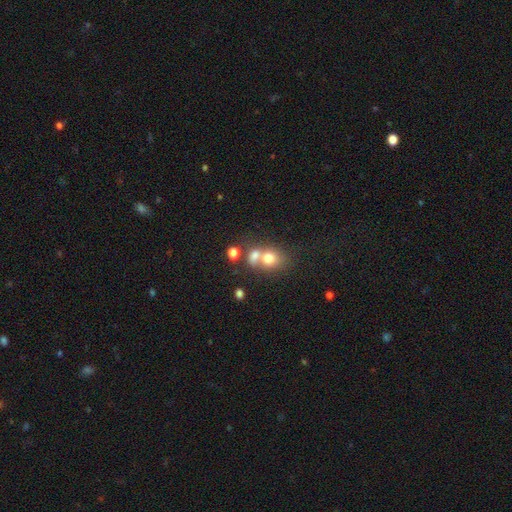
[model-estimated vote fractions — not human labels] This appears to be a smooth galaxy with no disk features (59%) that is round (67%). Merging: merger (46%).